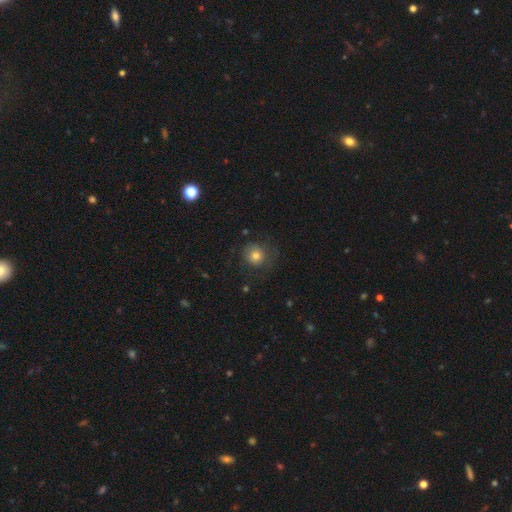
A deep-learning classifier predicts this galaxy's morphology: This appears to be a smooth galaxy with no disk features (75%) that is round (90%). Merging: none (69%).